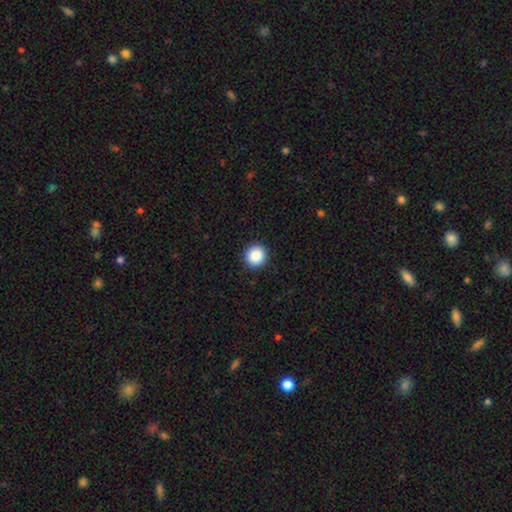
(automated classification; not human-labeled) Smooth or featured: smooth — 88% (star or artifact — 9%)
How rounded: round — 94% (in between — 5%)
Merging: none — 93% (minor disturbance — 5%)